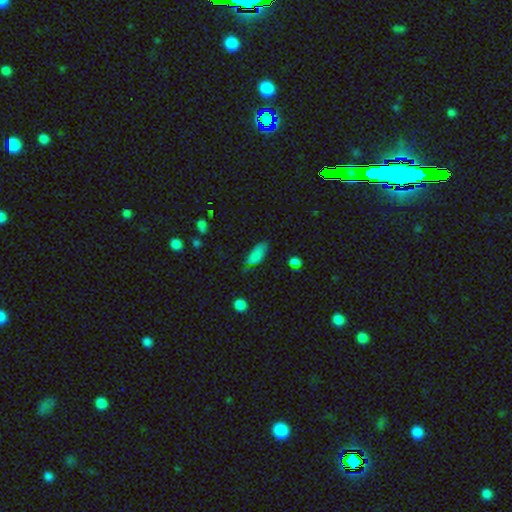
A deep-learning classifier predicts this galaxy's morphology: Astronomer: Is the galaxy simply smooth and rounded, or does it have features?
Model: smooth — 83%.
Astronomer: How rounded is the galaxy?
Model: in between — 82%.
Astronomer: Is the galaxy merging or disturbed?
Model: none — 60%.